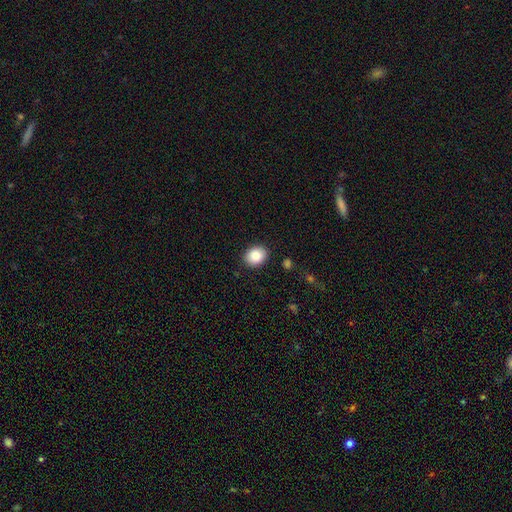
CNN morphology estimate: The model was most divided on "how rounded": in between: 54%, round: 46%, cigar-shaped: 1%. More confident: merging — none (88%); smooth or featured — smooth (86%).